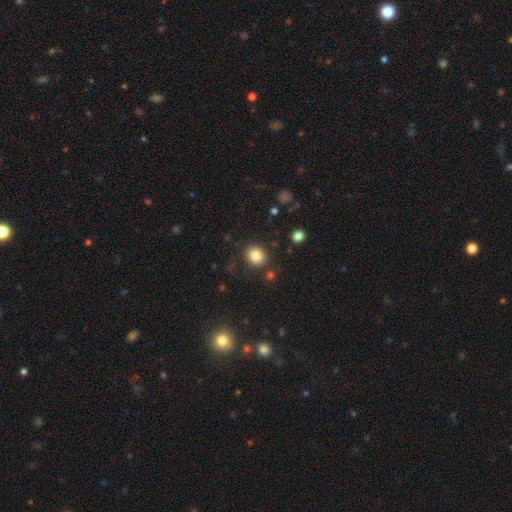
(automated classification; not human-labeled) Smooth or featured? Predicted: smooth (p=0.84). How rounded? Predicted: round (p=0.71). Merging? Predicted: none (p=0.84).